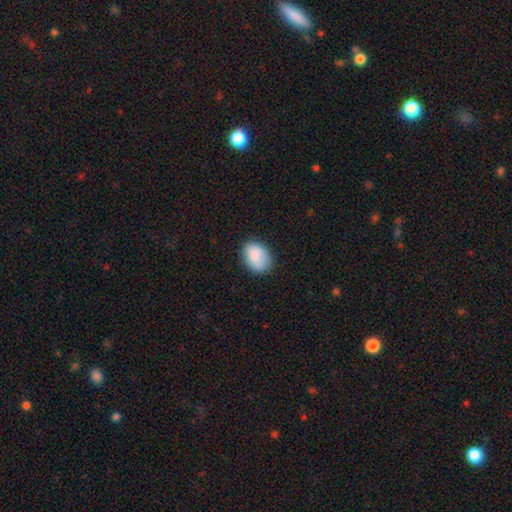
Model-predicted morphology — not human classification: smooth-or-featured: smooth: 85% | featured or disk: 8% | star or artifact: 7%
  how-rounded: in between: 74% | round: 25% | cigar-shaped: 1%
  merging: none: 79% | minor disturbance: 16% | major disturbance: 3% | merger: 1%